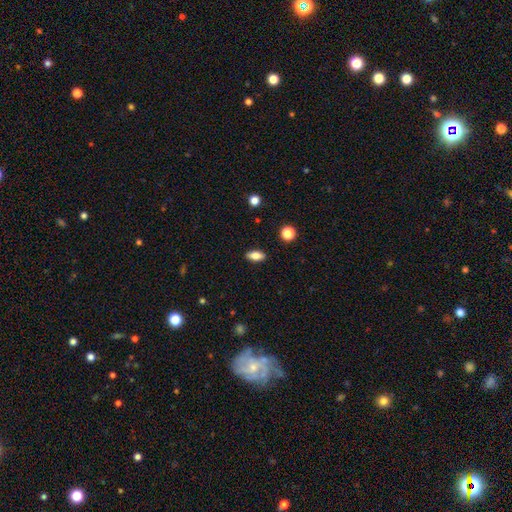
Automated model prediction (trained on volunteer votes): A smooth galaxy with no disk features (78%) that is in between round and cigar-shaped (85%).

Vote fractions:
- Smooth or featured? smooth: 78% / featured or disk: 14% / star or artifact: 8%
- How rounded? in between: 85% / cigar-shaped: 11% / round: 5%
- Merging? none: 89% / minor disturbance: 8% / major disturbance: 2% / merger: 1%